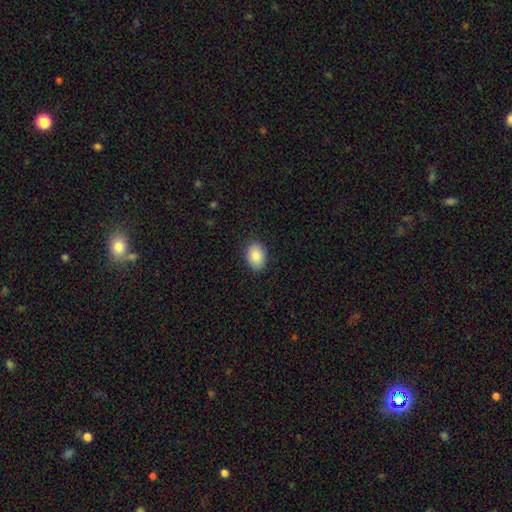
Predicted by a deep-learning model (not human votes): Overall: smooth (87%). How rounded: in between (79%). Merging: none (88%).